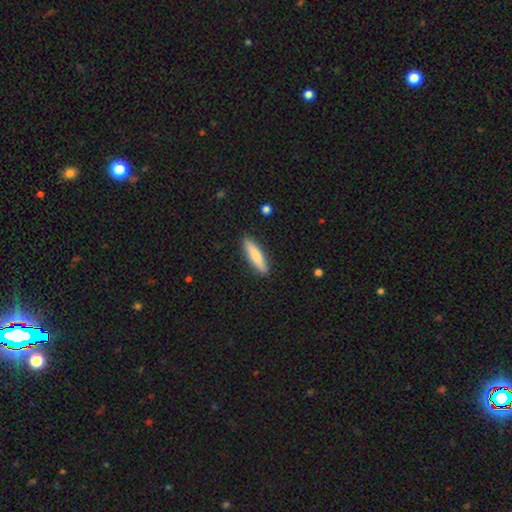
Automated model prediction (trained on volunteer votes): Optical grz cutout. It shows a smooth galaxy with no disk features (73%) that is cigar-shaped (78%). Merging: none (90%).